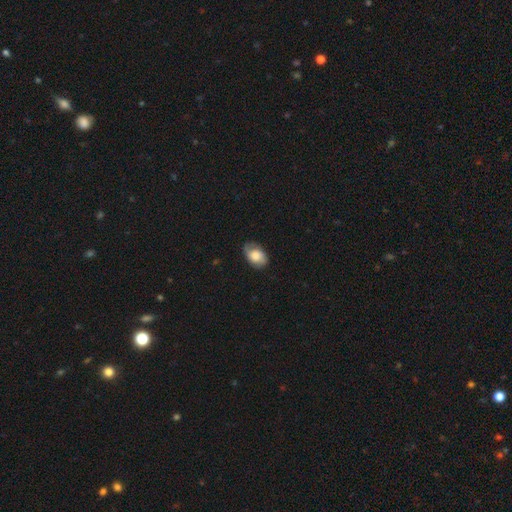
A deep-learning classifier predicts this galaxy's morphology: type=smooth (65%); roundness=in between (85%); merging=none (67%).